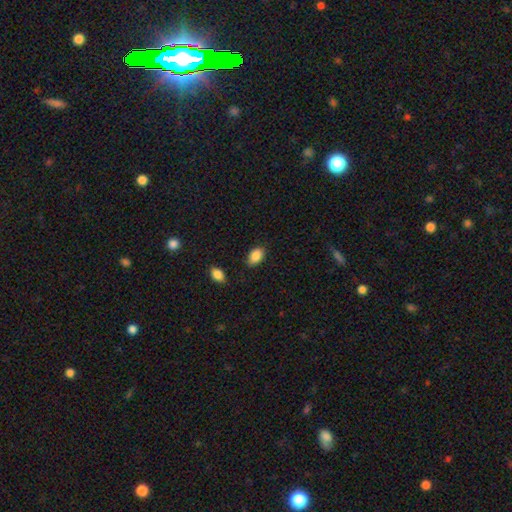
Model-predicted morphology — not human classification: Smooth or featured?
  - smooth: 88% *
  - star or artifact: 8%
  - featured or disk: 5%
How rounded?
  - in between: 88% *
  - round: 10%
  - cigar-shaped: 1%
Merging?
  - none: 82% *
  - minor disturbance: 13%
  - major disturbance: 3%
  - merger: 2%